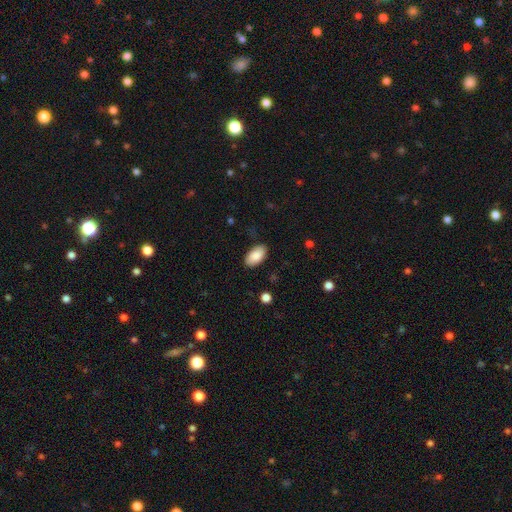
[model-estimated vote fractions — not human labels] Morphology: type=smooth (89%); roundness=in between (95%); merging=none (86%).